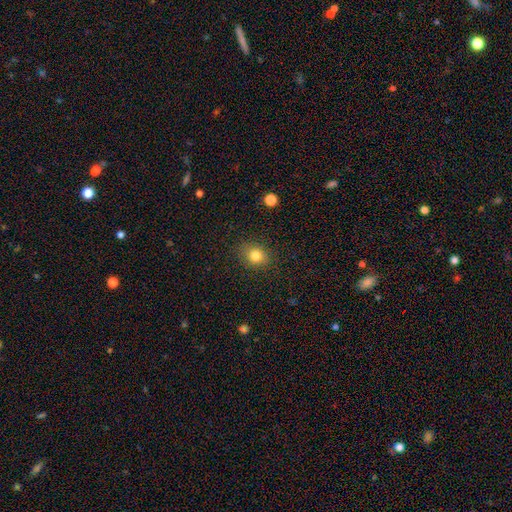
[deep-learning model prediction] Q: Smooth or featured?
A: smooth (81%); runner-up: star or artifact (12%)
Q: How rounded?
A: round (61%); runner-up: in between (38%)
Q: Merging?
A: none (86%); runner-up: minor disturbance (10%)